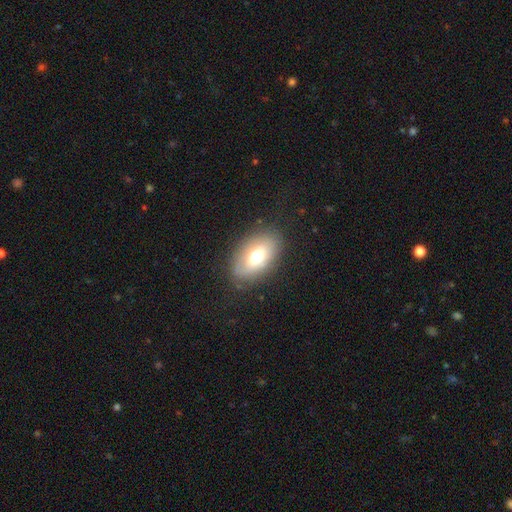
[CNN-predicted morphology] Smooth or featured?
  - smooth: 66% *
  - featured or disk: 26%
  - star or artifact: 9%
How rounded?
  - in between: 90% *
  - round: 8%
  - cigar-shaped: 2%
Merging?
  - none: 81% *
  - minor disturbance: 13%
  - major disturbance: 5%
  - merger: 1%